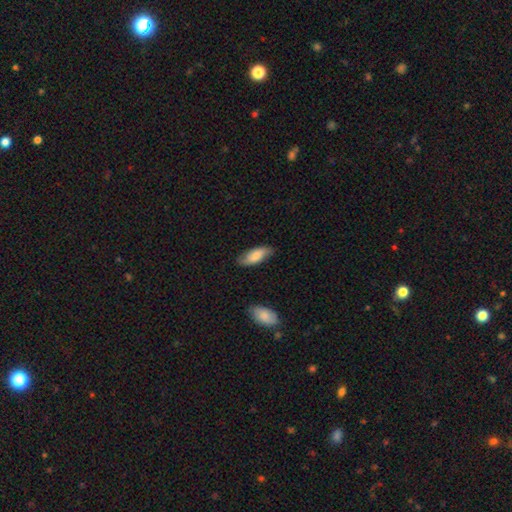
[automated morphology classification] smooth 75%, featured or disk 19%, star or artifact 6%. Down the decision tree: how rounded — in between (78%); merging — none (80%).